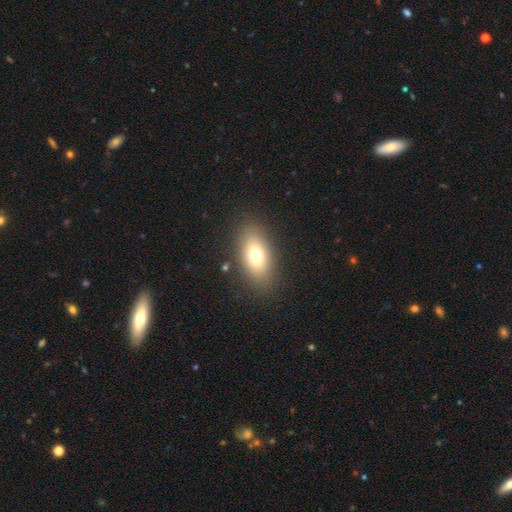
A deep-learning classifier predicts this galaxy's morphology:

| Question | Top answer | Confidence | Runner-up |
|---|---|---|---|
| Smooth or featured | smooth | 74% | featured or disk (16%) |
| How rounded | in between | 88% | round (8%) |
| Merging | none | 85% | minor disturbance (10%) |